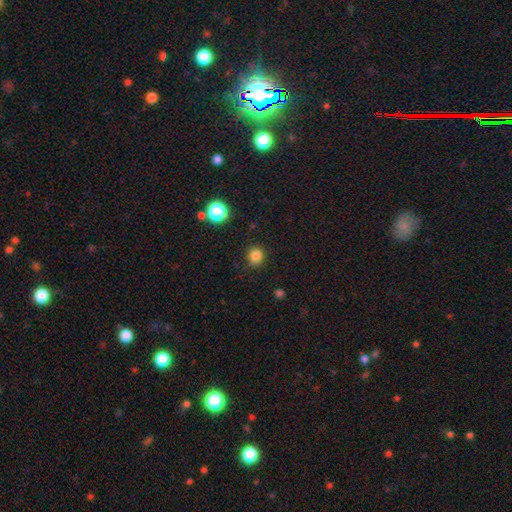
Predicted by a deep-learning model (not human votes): The model was most divided on "smooth or featured": smooth: 83%, star or artifact: 13%, featured or disk: 4%. More confident: how rounded — round (89%); merging — none (89%).